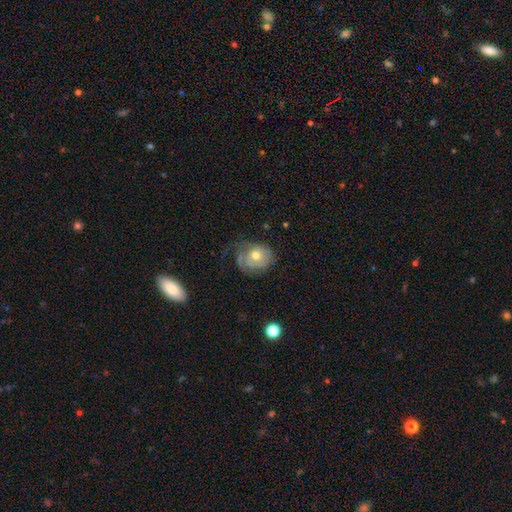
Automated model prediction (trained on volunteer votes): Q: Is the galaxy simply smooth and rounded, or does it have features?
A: featured or disk — 51%.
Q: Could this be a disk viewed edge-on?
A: no — 96%.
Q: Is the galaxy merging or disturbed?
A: none — 43%.